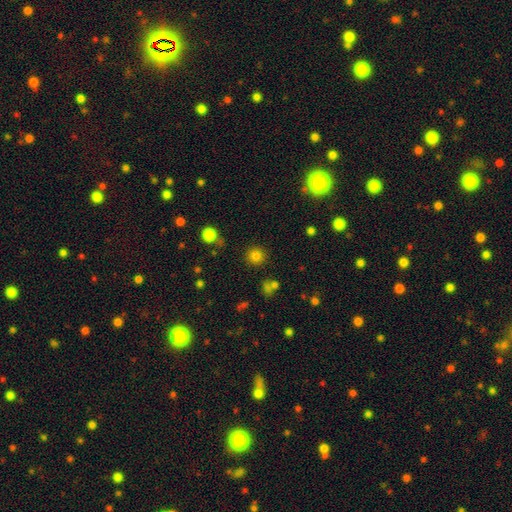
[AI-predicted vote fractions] smooth 79%, star or artifact 15%, featured or disk 6%. Down the decision tree: how rounded — round (94%); merging — none (87%).